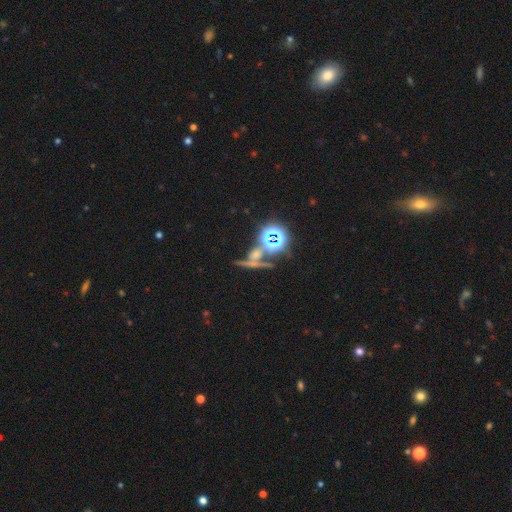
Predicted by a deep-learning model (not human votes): smooth_or_featured: star or artifact (p=0.49) [alt: smooth p=0.29]